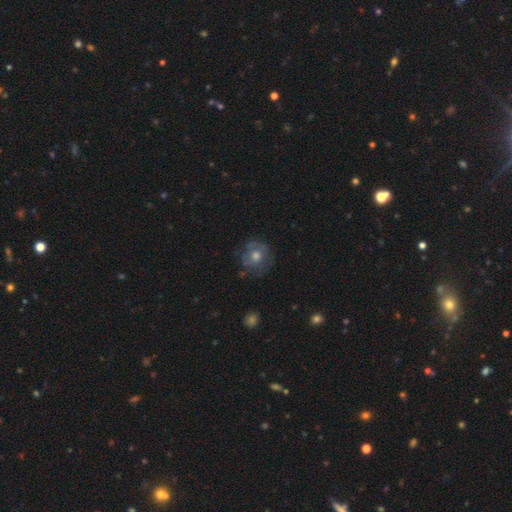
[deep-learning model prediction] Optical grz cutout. It shows a smooth galaxy with no disk features (50%) that is round (86%). Merging: none (74%).